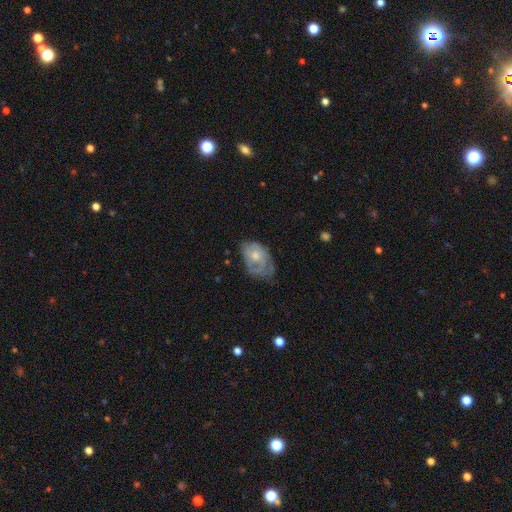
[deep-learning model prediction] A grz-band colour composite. It shows a featured or disk galaxy (51%). Merging: none (37%).